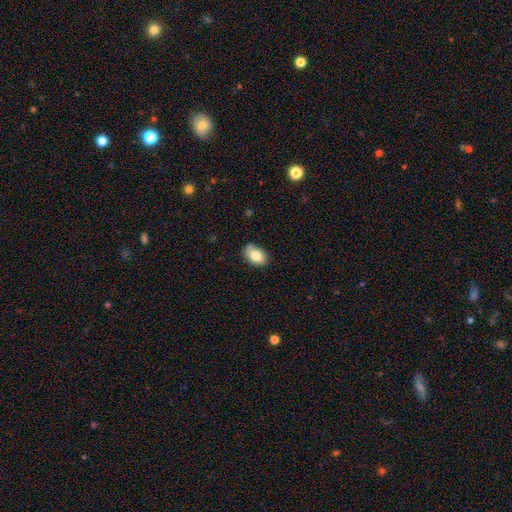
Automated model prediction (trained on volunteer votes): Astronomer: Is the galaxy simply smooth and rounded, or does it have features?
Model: smooth — 82%.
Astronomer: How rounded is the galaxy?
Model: in between — 85%.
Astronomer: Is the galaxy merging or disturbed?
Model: none — 72%.